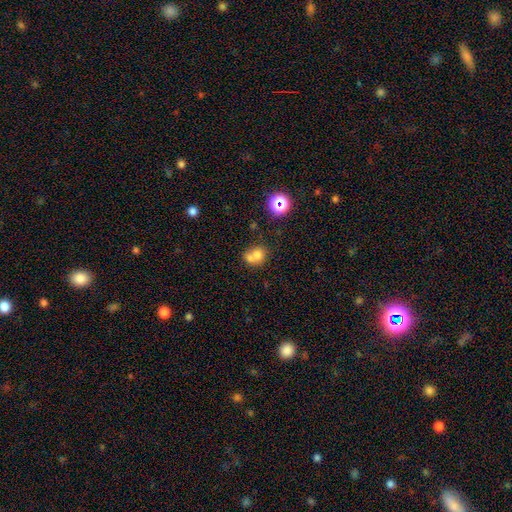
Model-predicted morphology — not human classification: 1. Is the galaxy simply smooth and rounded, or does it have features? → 69% smooth, 16% featured or disk, 15% star or artifact.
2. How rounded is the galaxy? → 73% round, 26% in between, 1% cigar-shaped.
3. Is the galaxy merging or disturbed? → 57% merger, 33% none, 7% minor disturbance, 4% major disturbance.